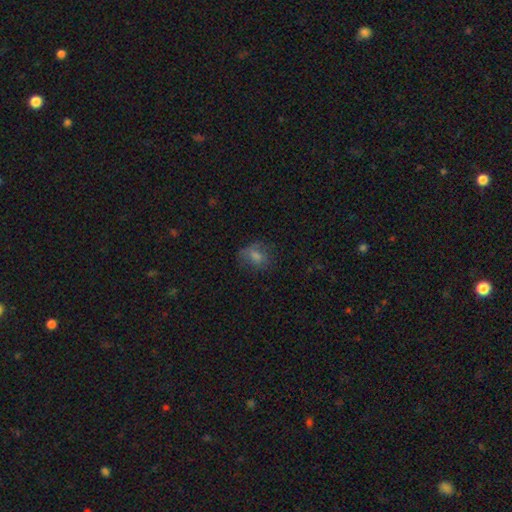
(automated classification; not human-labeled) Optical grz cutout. It shows a smooth galaxy with no disk features (60%) that is round (53%). Merging: none (63%).